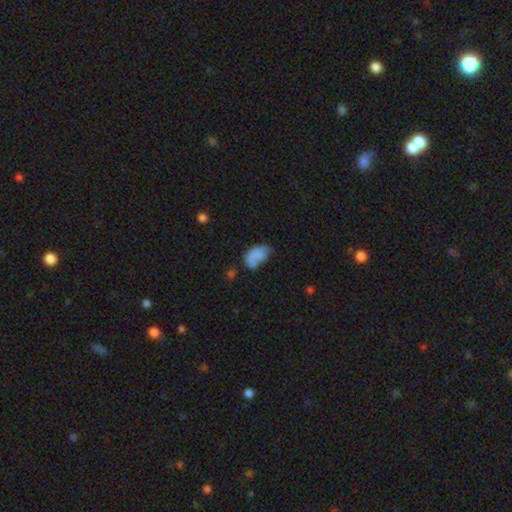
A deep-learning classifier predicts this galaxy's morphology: smooth_or_featured: smooth (p=0.77) [alt: featured or disk p=0.13]
how_rounded: in between (p=0.91) [alt: round p=0.08]
merging: none (p=0.38) [alt: minor disturbance p=0.34]